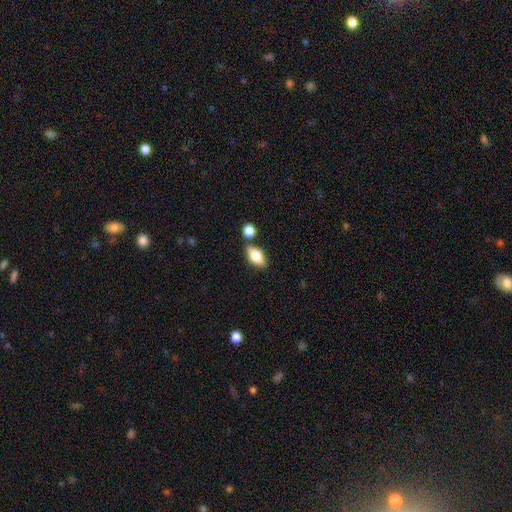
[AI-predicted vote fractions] A smooth galaxy with no disk features (73%) that is in between round and cigar-shaped (86%). Merging: none (77%).